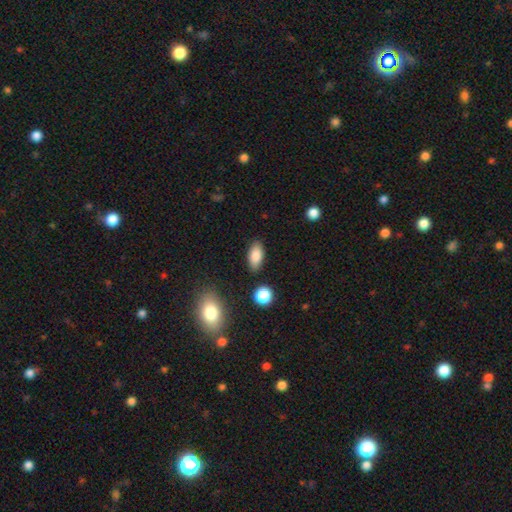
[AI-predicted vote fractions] A smooth galaxy with no disk features (85%) that is in between round and cigar-shaped (90%). Merging: none (86%).